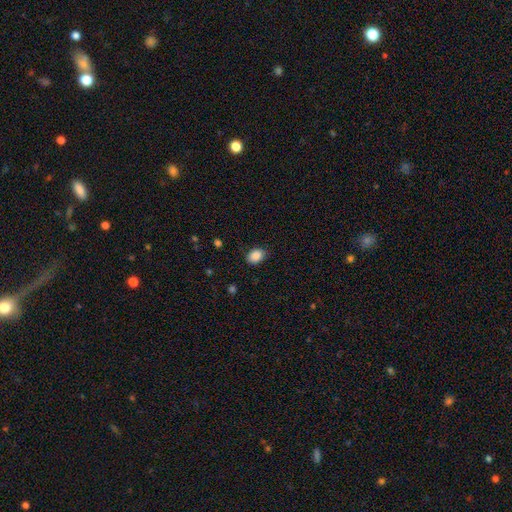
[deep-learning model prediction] Morphology: type=smooth (87%); roundness=in between (69%); merging=none (85%).